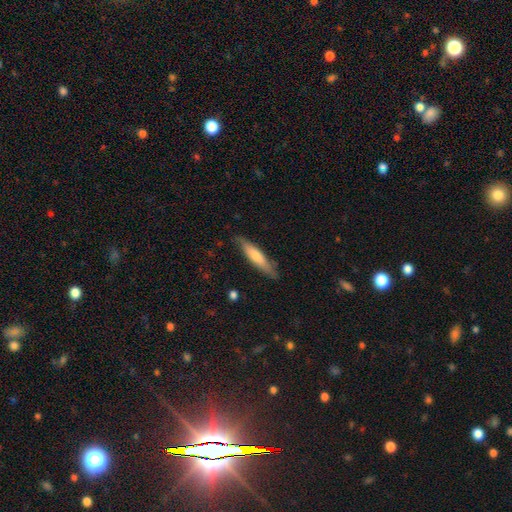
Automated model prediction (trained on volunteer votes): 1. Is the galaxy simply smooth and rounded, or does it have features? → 63% smooth, 32% featured or disk, 5% star or artifact.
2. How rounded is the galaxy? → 84% cigar-shaped, 14% in between, 1% round.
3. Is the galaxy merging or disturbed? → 81% none, 15% minor disturbance, 2% major disturbance, 1% merger.